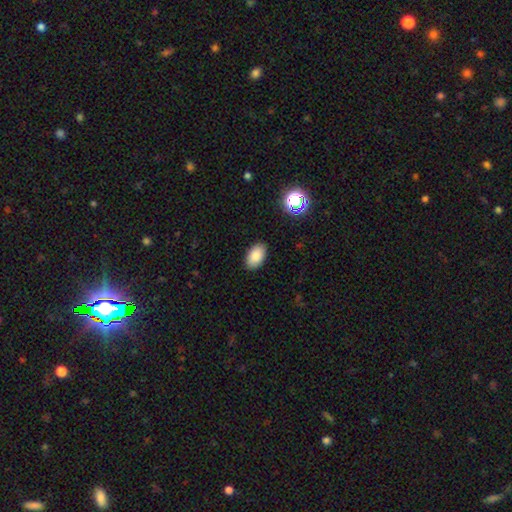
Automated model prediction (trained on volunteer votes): Smooth or featured?
  - smooth: 86% *
  - star or artifact: 9%
  - featured or disk: 6%
How rounded?
  - in between: 93% *
  - round: 6%
  - cigar-shaped: 1%
Merging?
  - none: 89% *
  - minor disturbance: 8%
  - major disturbance: 2%
  - merger: 1%